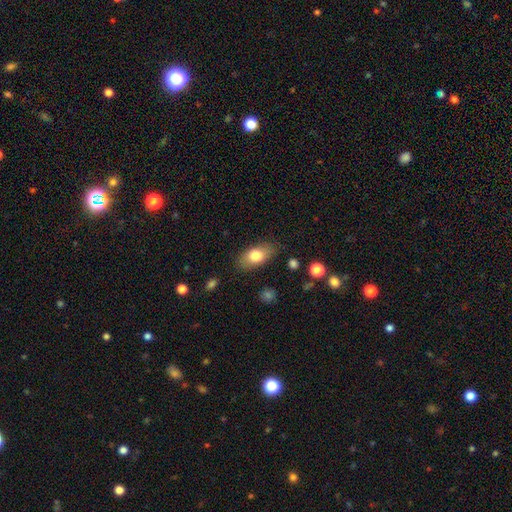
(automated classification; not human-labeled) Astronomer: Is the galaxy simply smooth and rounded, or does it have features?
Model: smooth — 77%.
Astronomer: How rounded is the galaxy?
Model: in between — 87%.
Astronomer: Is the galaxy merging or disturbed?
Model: none — 82%.